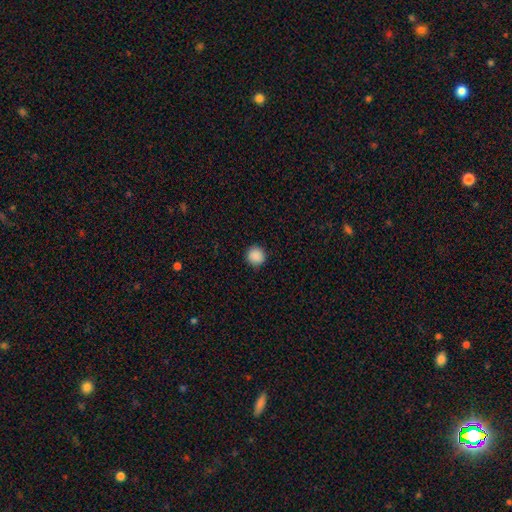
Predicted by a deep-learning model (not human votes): Morphology: type=smooth (89%); roundness=round (92%); merging=none (91%).